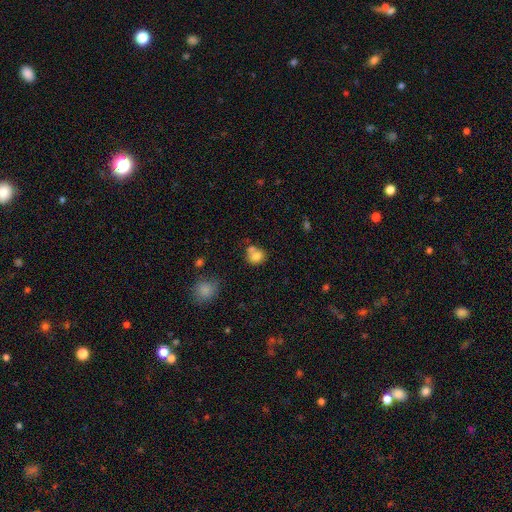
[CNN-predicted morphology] smooth 78%, featured or disk 11%, star or artifact 10%. Down the decision tree: how rounded — round (74%); merging — none (50%).